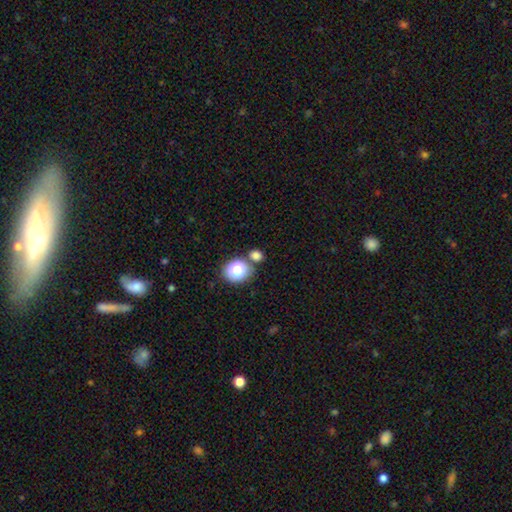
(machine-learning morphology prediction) Smooth or featured? Predicted: smooth (p=0.75). How rounded? Predicted: round (p=0.66). Merging? Predicted: none (p=0.66).